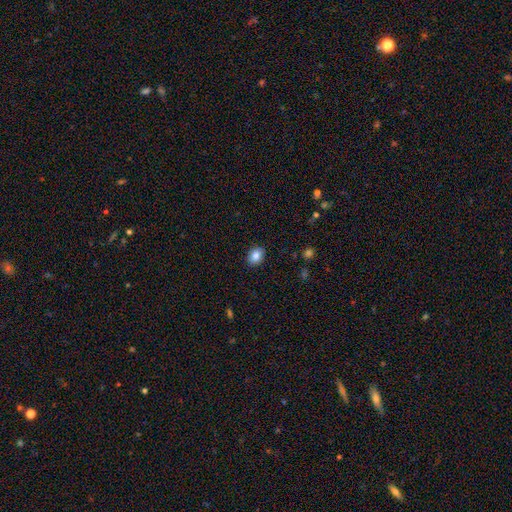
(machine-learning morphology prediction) smooth_or_featured: smooth (p=0.84) [alt: star or artifact p=0.09]
how_rounded: in between (p=0.63) [alt: round p=0.36]
merging: none (p=0.89) [alt: minor disturbance p=0.08]